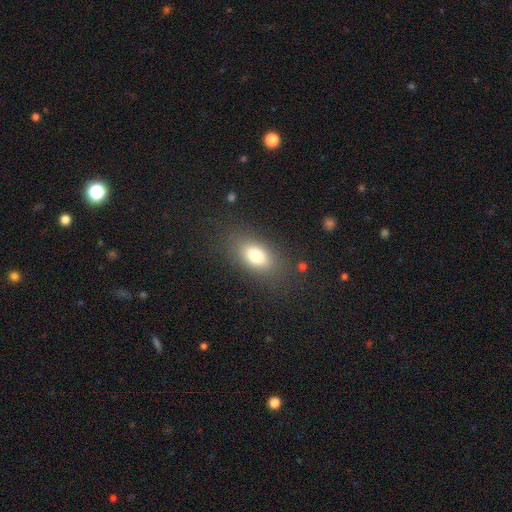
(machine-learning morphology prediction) smooth-or-featured: smooth: 75% | featured or disk: 14% | star or artifact: 11%
  how-rounded: in between: 83% | round: 13% | cigar-shaped: 4%
  merging: none: 82% | minor disturbance: 11% | major disturbance: 6% | merger: 2%